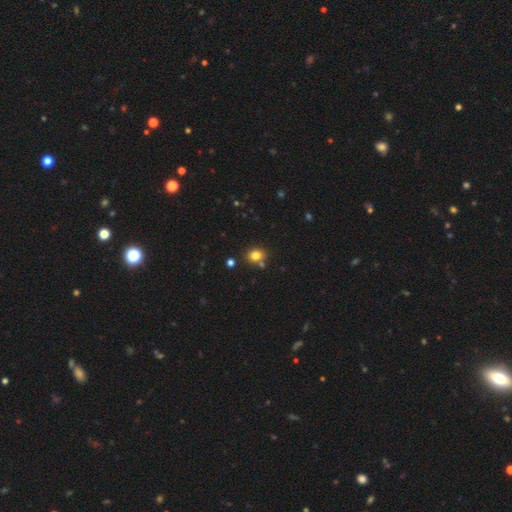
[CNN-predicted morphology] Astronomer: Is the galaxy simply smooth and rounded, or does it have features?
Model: smooth — 80%.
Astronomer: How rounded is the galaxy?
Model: round — 65%.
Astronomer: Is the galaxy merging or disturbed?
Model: none — 75%.